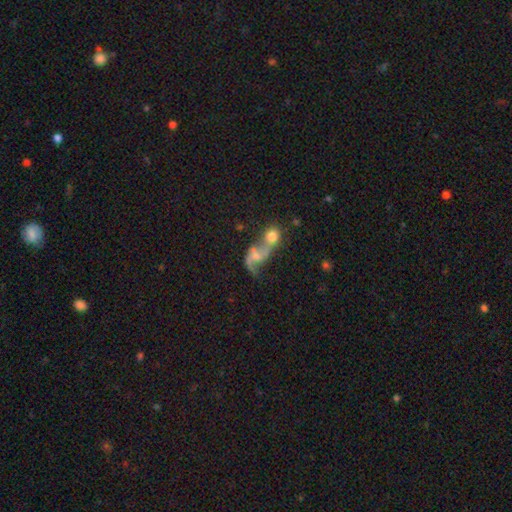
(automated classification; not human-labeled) A featured or disk galaxy (59%) with no bar (58%), spiral arms (74%) and a small central bulge (43%).

Vote fractions:
- Smooth or featured? featured or disk: 59% / smooth: 30% / star or artifact: 11%
- Edge-on disk? no: 96% / yes: 4%
- Bar? no: 58% / weak: 33% / strong: 9%
- Spiral arms? yes: 74% / no: 26%
- Bulge size? small: 43% / moderate: 32% / none: 16% / large: 6% / dominant: 2%
- Merging? merger: 66% / none: 15% / major disturbance: 12% / minor disturbance: 7%